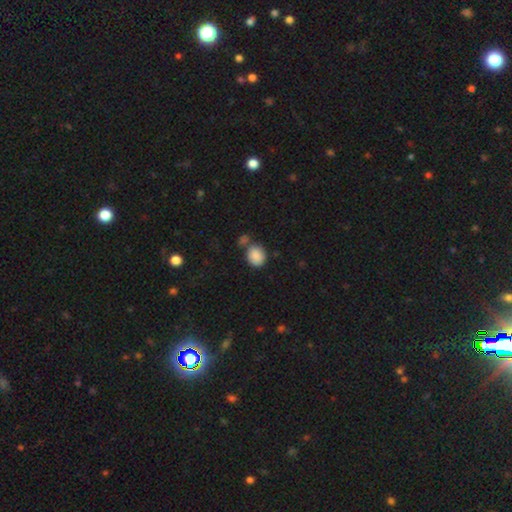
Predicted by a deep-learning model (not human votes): Smooth or featured? smooth (88%)
How rounded? round (57%)
Merging? none (60%)